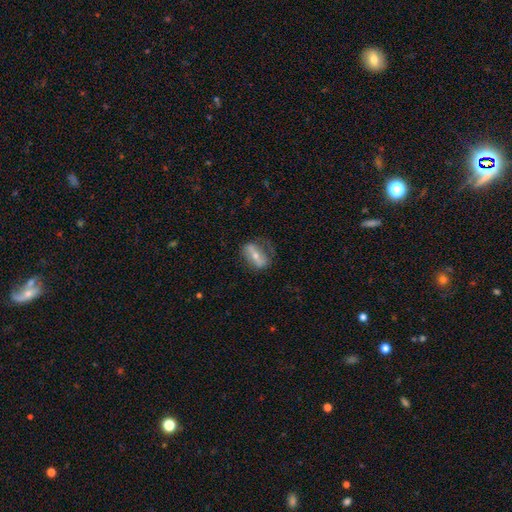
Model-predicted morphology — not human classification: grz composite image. It shows a featured or disk galaxy (54%). Merging: none (63%).